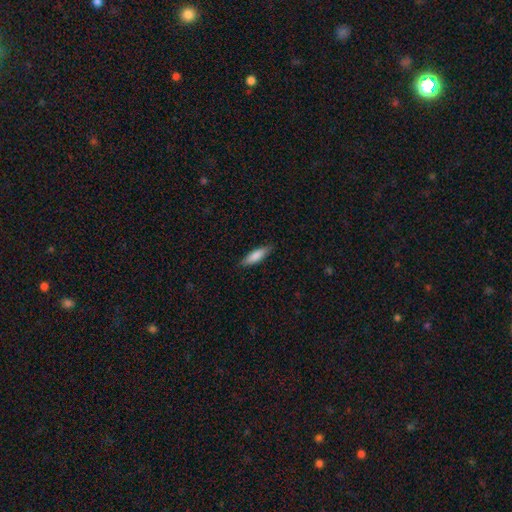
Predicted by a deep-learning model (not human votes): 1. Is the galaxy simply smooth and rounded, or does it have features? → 80% smooth, 14% featured or disk, 6% star or artifact.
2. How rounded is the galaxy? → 61% cigar-shaped, 38% in between, 2% round.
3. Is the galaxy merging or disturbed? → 85% none, 11% minor disturbance, 2% major disturbance, 1% merger.